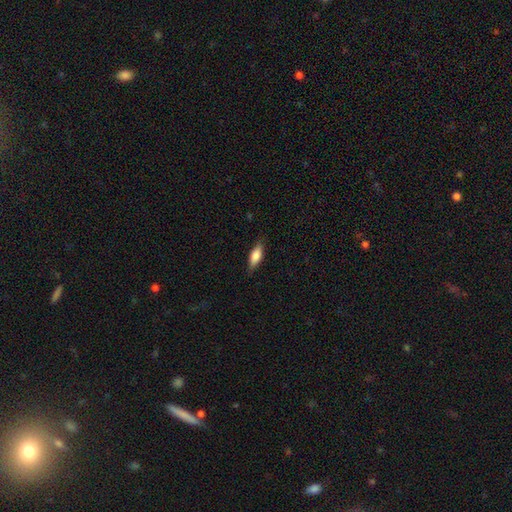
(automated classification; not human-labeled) This is likely a smooth galaxy (77%). How rounded: likely in between (67%). Merging: clearly none (83%).